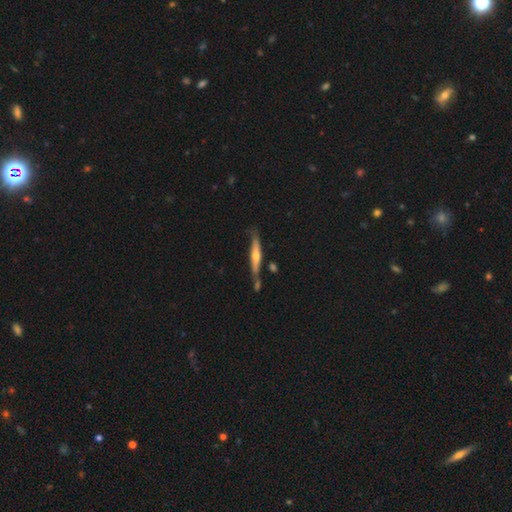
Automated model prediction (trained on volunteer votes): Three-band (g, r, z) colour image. It shows a featured or disk galaxy (59%) viewed edge-on (89%) with a rounded central bulge (81%). Merging: none (62%).